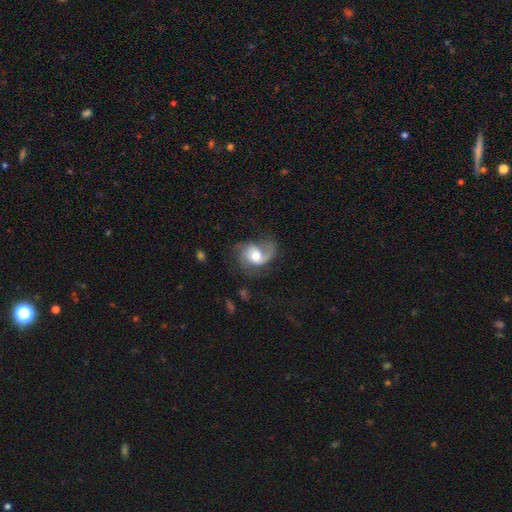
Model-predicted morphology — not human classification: Overall: featured or disk (67%). Edge-on disk: no (97%). Bar: no (66%; weak 28%). Spiral arms: yes (90%). Spiral arm count: 2 (41%; 1 39%). Spiral winding: loose (45%; medium 40%). Bulge size: moderate (61%; large 24%). Merging: none (46%; major disturbance 29%).